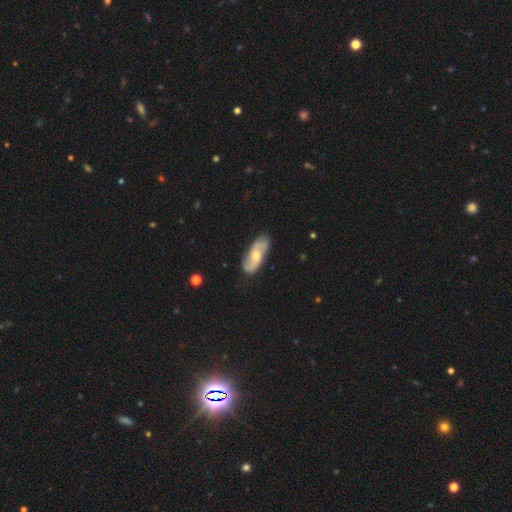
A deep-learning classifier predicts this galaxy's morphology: A featured or disk galaxy (62%) with no bar (55%), spiral arms (88%) and a moderate central bulge (62%). Merging: none (78%).